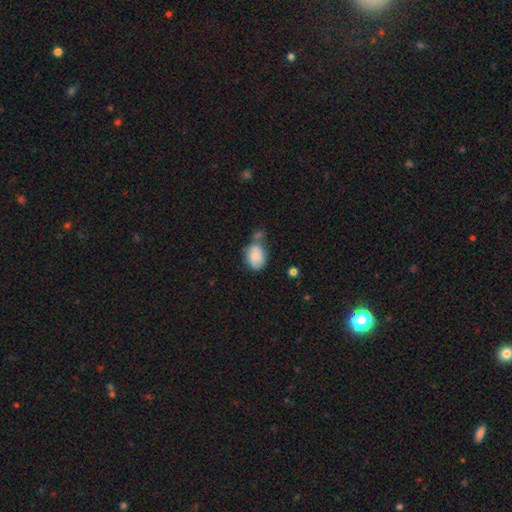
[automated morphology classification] The model was most divided on "merging": none: 41%, minor disturbance: 25%, merger: 25%, major disturbance: 9%. More confident: smooth or featured — smooth (80%); how rounded — in between (74%).